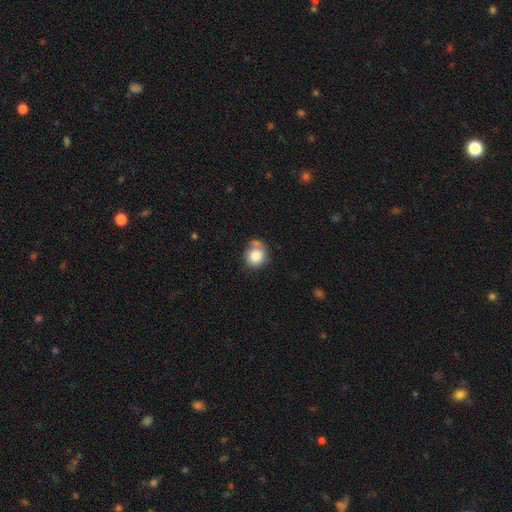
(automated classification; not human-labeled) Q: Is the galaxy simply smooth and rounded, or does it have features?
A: smooth — 83%.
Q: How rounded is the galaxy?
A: round — 84%.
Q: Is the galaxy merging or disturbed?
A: none — 56%.